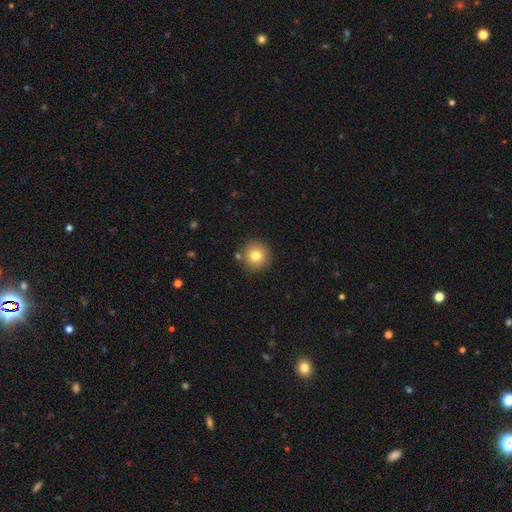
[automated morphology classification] This is likely a smooth galaxy (78%). How rounded: clearly round (95%). Merging: clearly none (85%).